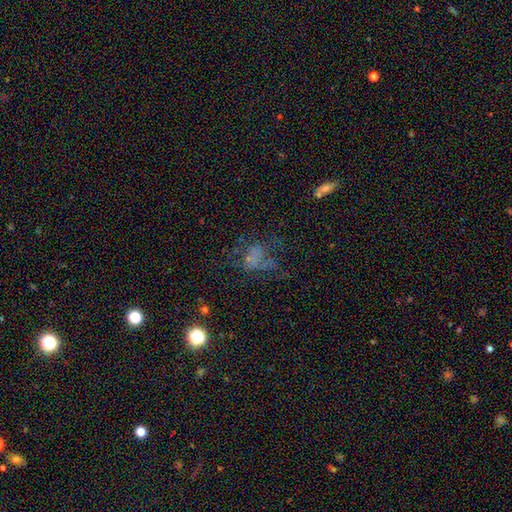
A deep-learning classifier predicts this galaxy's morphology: A featured or disk galaxy (36%).

Vote fractions:
- Smooth or featured? featured or disk: 36% / smooth: 34% / star or artifact: 30%
- Merging? major disturbance: 38% (tied) / none: 38% (tied) / minor disturbance: 18% / merger: 6%